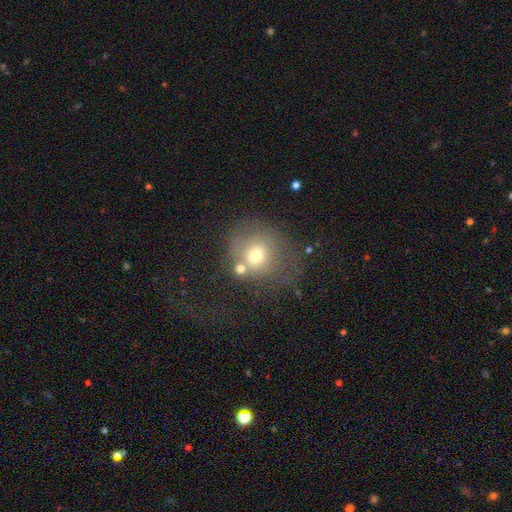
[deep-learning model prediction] Smooth or featured? smooth (65%)
How rounded? round (78%)
Merging? none (43%)